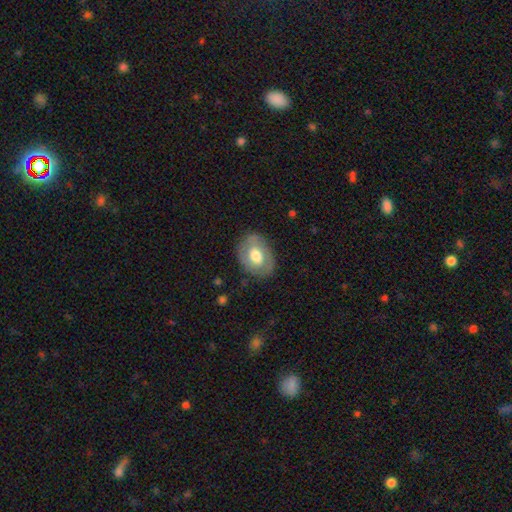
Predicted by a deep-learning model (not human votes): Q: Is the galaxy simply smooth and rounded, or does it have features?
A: smooth — 55%.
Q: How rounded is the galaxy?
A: in between — 72%.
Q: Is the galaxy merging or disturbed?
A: none — 79%.